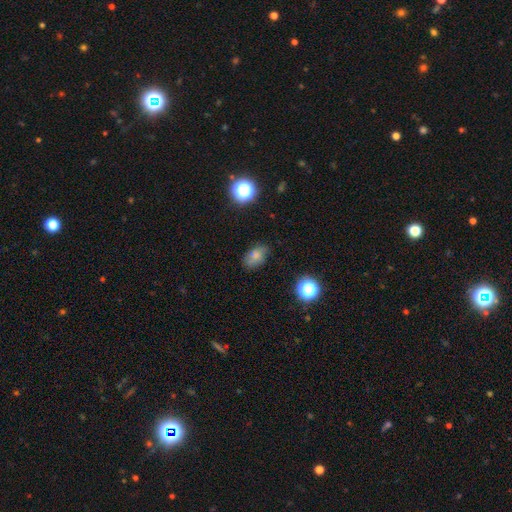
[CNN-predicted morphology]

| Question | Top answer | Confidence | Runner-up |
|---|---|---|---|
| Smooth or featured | smooth | 72% | featured or disk (14%) |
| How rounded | in between | 83% | round (16%) |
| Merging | none | 74% | minor disturbance (19%) |